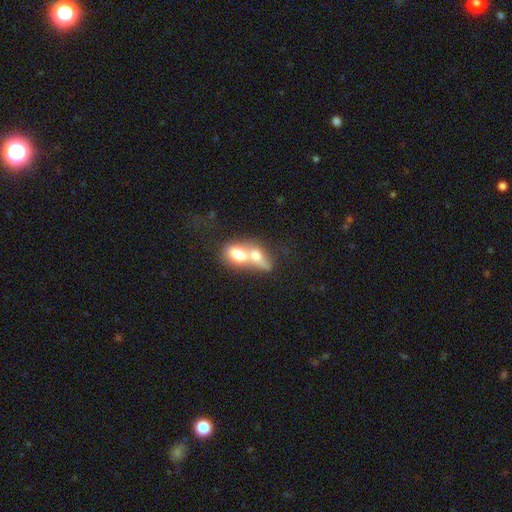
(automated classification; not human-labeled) Morphology: type=smooth (66%); roundness=in between (72%); merging=merger (81%).